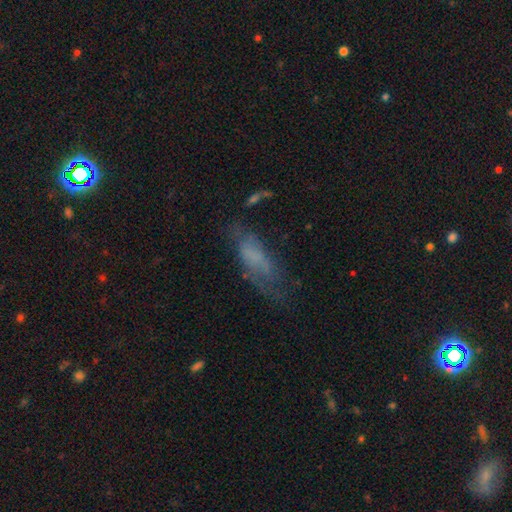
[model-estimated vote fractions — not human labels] Smooth or featured: smooth — 51% (featured or disk — 36%)
How rounded: in between — 59% (cigar-shaped — 38%)
Merging: none — 48% (minor disturbance — 26%)